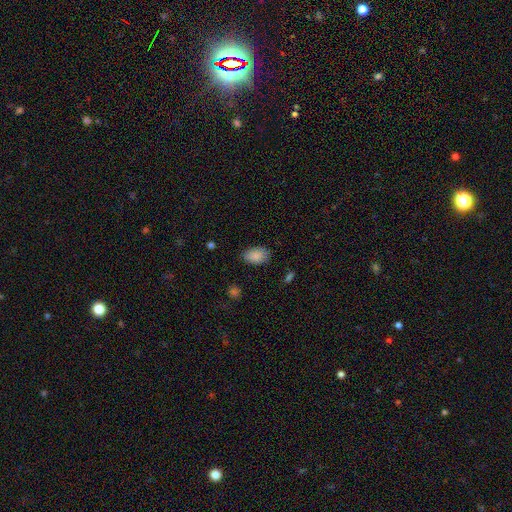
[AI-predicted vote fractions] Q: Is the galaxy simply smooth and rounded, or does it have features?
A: smooth — 88%.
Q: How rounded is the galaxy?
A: in between — 89%.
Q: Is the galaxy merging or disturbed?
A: none — 80%.